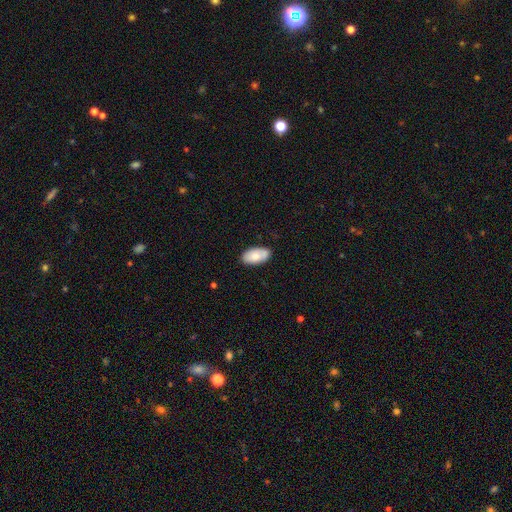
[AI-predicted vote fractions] Smooth or featured: smooth — 80% (featured or disk — 13%)
How rounded: in between — 95% (round — 3%)
Merging: none — 81% (minor disturbance — 15%)